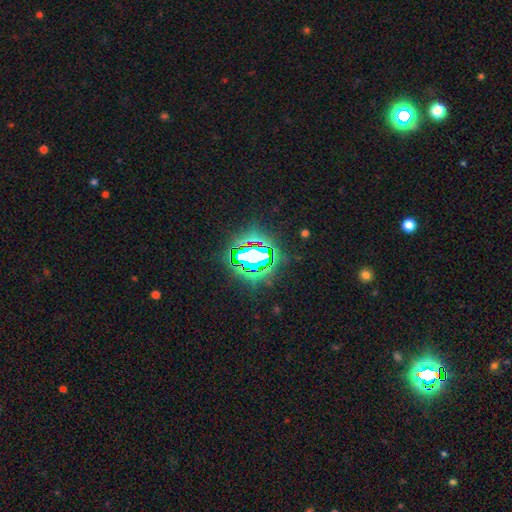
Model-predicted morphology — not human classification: Smooth or featured: star or artifact — 74% (smooth — 14%)